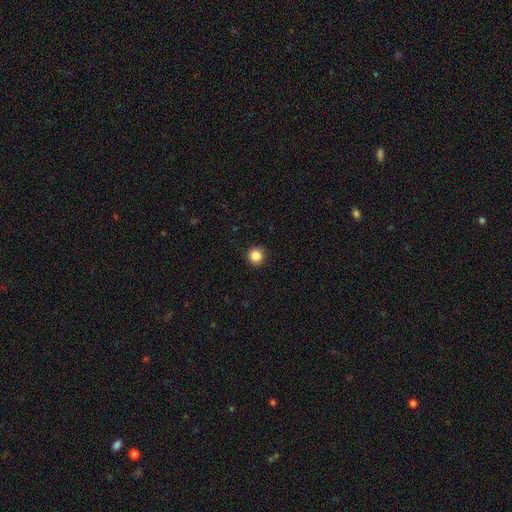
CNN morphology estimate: smooth 86%, star or artifact 11%, featured or disk 4%. Down the decision tree: how rounded — round (95%); merging — none (92%).